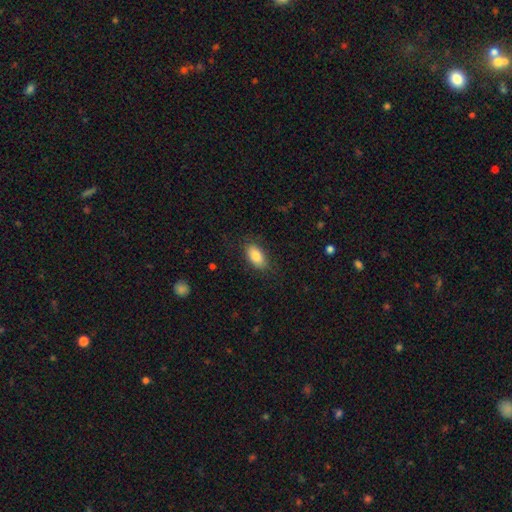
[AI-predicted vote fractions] Morphology: type=smooth (85%); roundness=in between (92%); merging=none (82%).